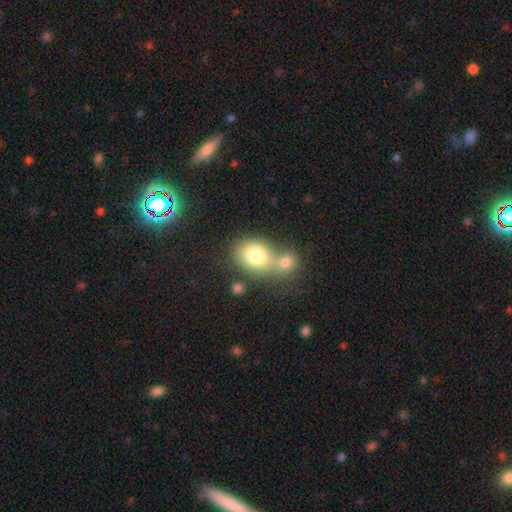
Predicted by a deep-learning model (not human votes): Overall: smooth (77%). How rounded: in between (52%; round 47%). Merging: merger (51%; none 34%).